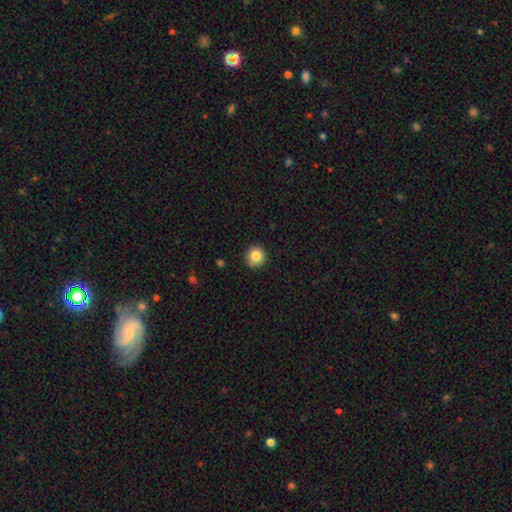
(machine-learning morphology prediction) A smooth galaxy with no disk features (84%) that is round (95%).

Vote fractions:
- Smooth or featured? smooth: 84% / star or artifact: 10% / featured or disk: 6%
- How rounded? round: 95% / in between: 5% / cigar-shaped: 1%
- Merging? none: 90% / minor disturbance: 7% / major disturbance: 2% / merger: 1%